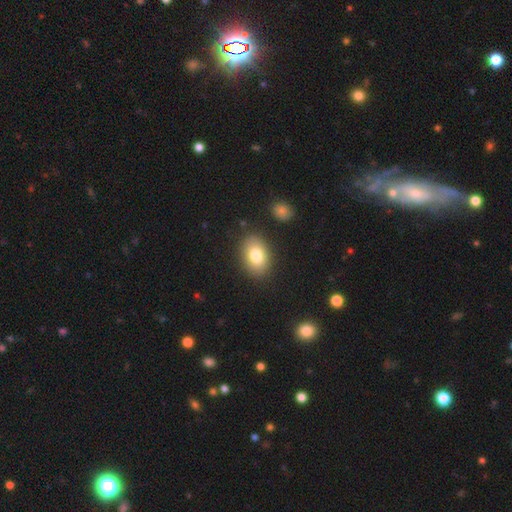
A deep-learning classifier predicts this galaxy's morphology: Smooth or featured?
  - smooth: 81% *
  - featured or disk: 11%
  - star or artifact: 8%
How rounded?
  - in between: 80% *
  - round: 19%
  - cigar-shaped: 1%
Merging?
  - none: 85% *
  - minor disturbance: 10%
  - major disturbance: 3%
  - merger: 2%